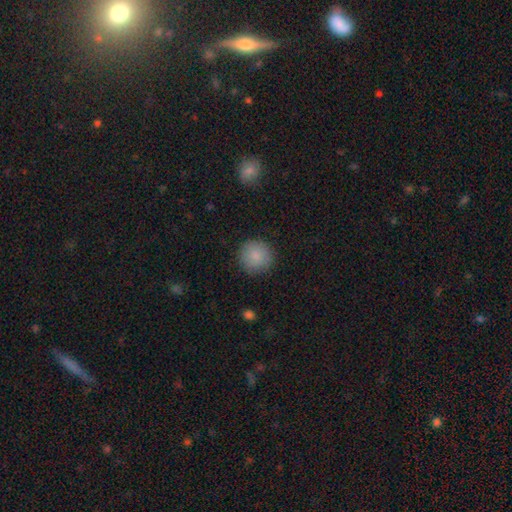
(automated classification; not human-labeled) Smooth or featured: smooth — 86% (star or artifact — 8%)
How rounded: round — 95% (in between — 4%)
Merging: none — 88% (minor disturbance — 8%)